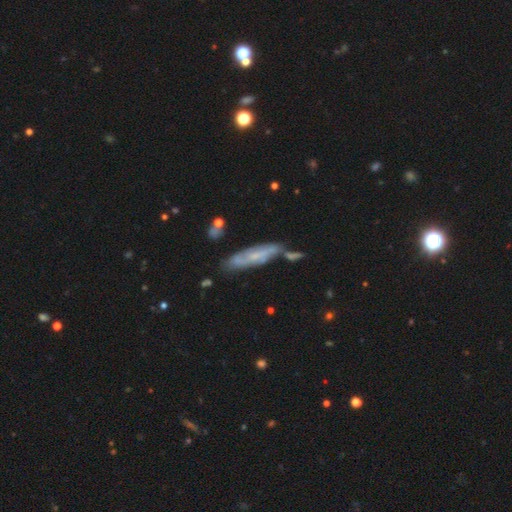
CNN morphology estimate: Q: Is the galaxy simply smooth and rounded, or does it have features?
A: featured or disk — 55%.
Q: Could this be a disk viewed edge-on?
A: no — 58%.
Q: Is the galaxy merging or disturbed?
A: none — 61%.